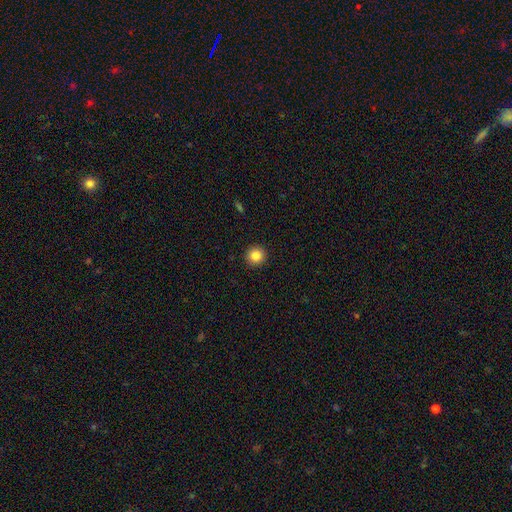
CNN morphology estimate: smooth 85%, star or artifact 10%, featured or disk 5%. Down the decision tree: how rounded — round (95%); merging — none (93%).